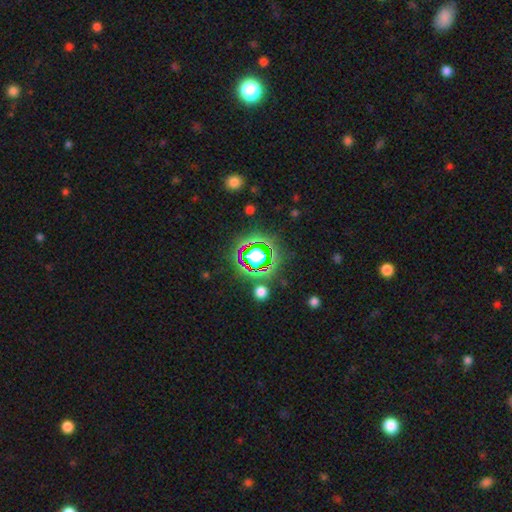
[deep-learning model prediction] Overall: star or artifact (66%).